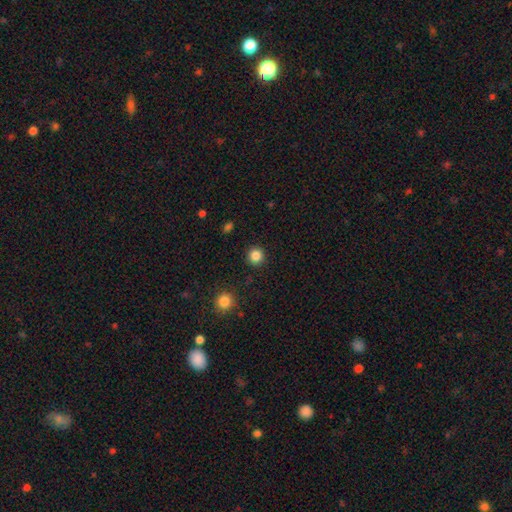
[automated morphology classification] Smooth or featured? smooth (85%)
How rounded? round (94%)
Merging? none (92%)